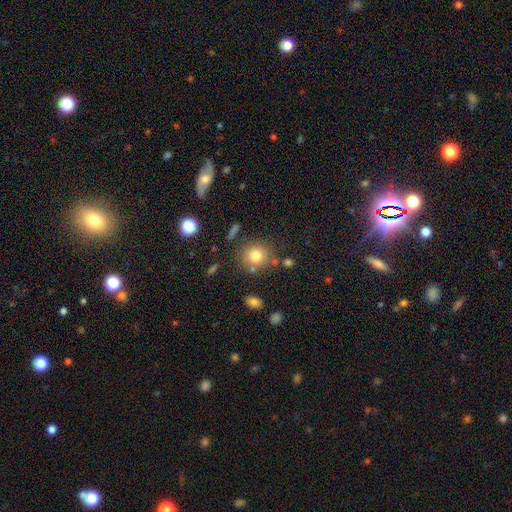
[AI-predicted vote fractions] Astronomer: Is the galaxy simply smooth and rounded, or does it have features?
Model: smooth — 77%.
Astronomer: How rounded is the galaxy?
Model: round — 84%.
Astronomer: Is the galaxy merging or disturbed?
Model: none — 76%.